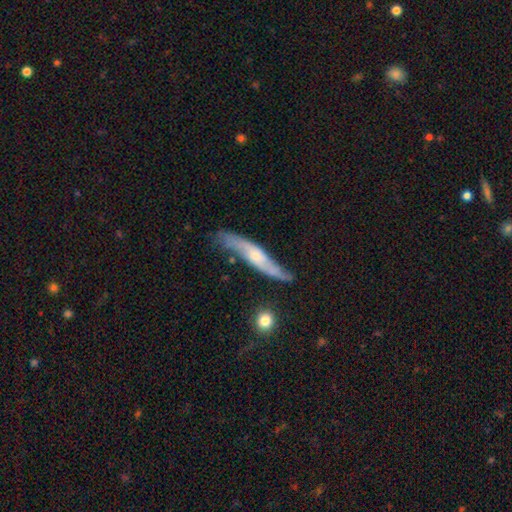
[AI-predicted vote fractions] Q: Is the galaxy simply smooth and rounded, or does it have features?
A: featured or disk — 65%.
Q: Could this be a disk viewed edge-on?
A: yes — 57%.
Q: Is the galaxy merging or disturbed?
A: none — 63%.